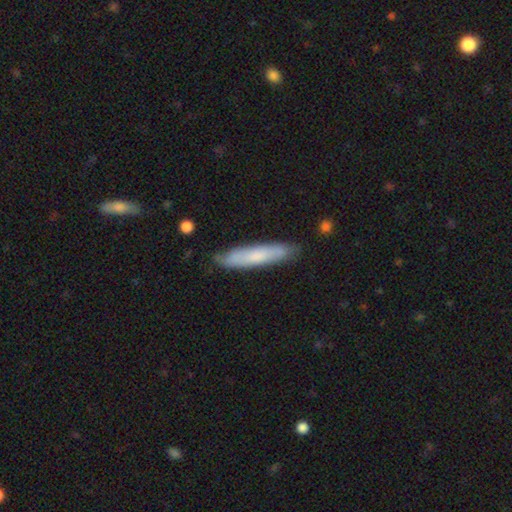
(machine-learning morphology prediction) This is likely a smooth galaxy (71%). How rounded: clearly cigar-shaped (89%). Merging: clearly none (83%).